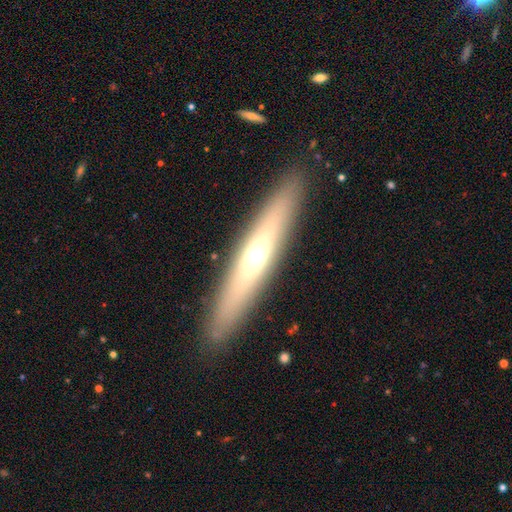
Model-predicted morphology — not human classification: Smooth or featured? Predicted: featured or disk (p=0.51). Edge-on disk? Predicted: yes (p=0.84). Merging? Predicted: none (p=0.90).